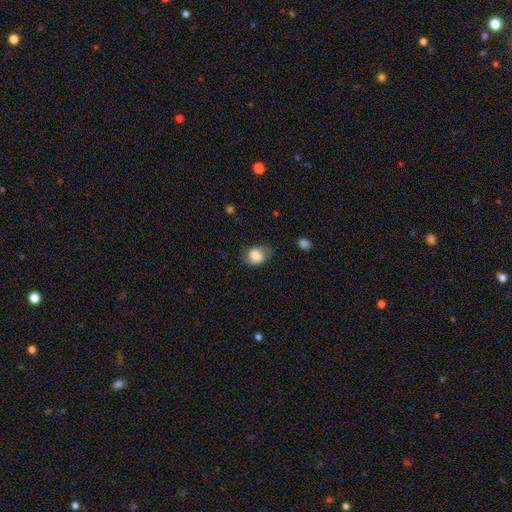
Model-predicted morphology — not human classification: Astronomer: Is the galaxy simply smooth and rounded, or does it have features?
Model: smooth — 81%.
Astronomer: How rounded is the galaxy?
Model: in between — 56% (runner-up: round, 43%).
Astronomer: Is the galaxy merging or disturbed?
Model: none — 59%.